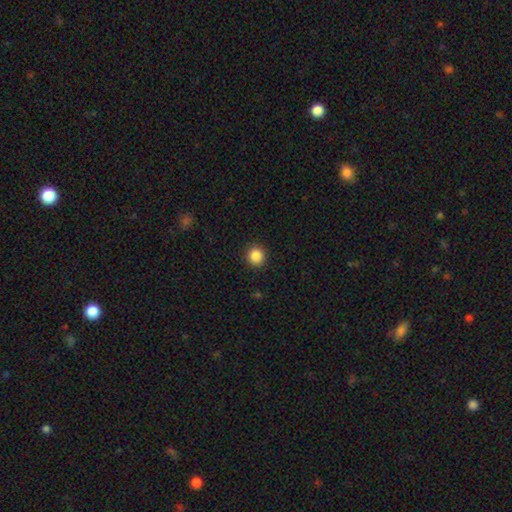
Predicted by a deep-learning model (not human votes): Morphology: type=smooth (87%); roundness=round (91%); merging=none (92%).